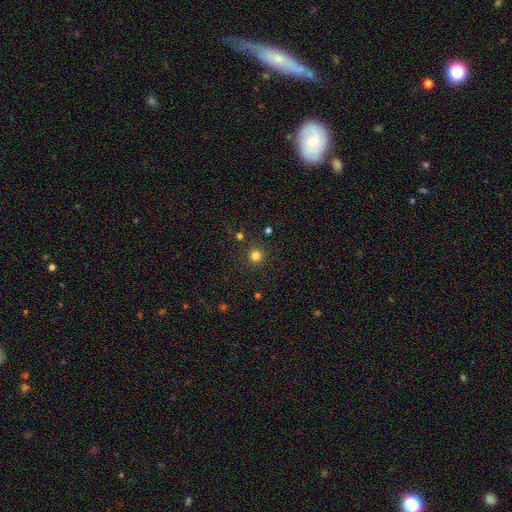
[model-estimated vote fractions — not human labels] Smooth or featured? Predicted: smooth (p=0.80). How rounded? Predicted: round (p=0.95). Merging? Predicted: none (p=0.90).